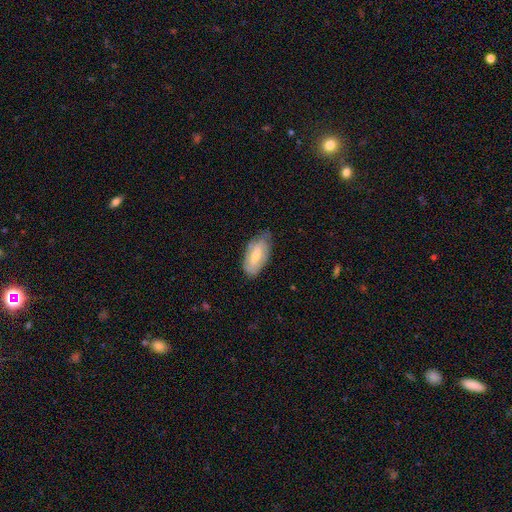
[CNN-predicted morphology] Smooth or featured: smooth — 58% (featured or disk — 36%)
How rounded: in between — 91% (cigar-shaped — 6%)
Merging: none — 63% (minor disturbance — 30%)